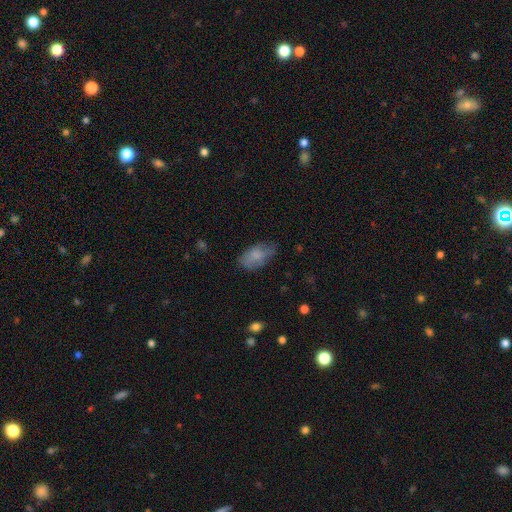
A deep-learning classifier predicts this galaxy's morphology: Smooth or featured?
  - smooth: 76% *
  - featured or disk: 16%
  - star or artifact: 8%
How rounded?
  - in between: 93% *
  - round: 4%
  - cigar-shaped: 3%
Merging?
  - none: 59% *
  - minor disturbance: 30%
  - major disturbance: 10%
  - merger: 2%